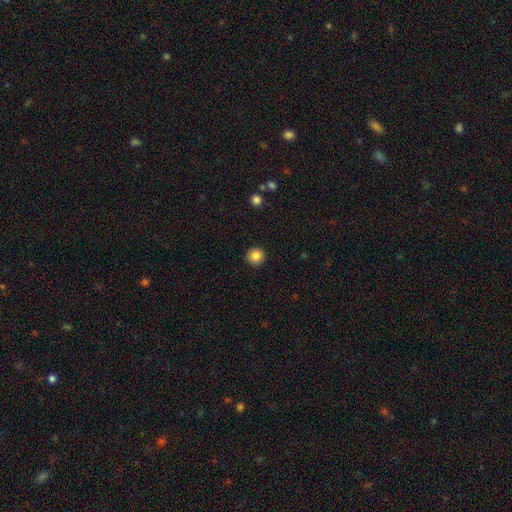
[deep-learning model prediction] Overall: smooth (86%). How rounded: round (95%). Merging: none (92%).